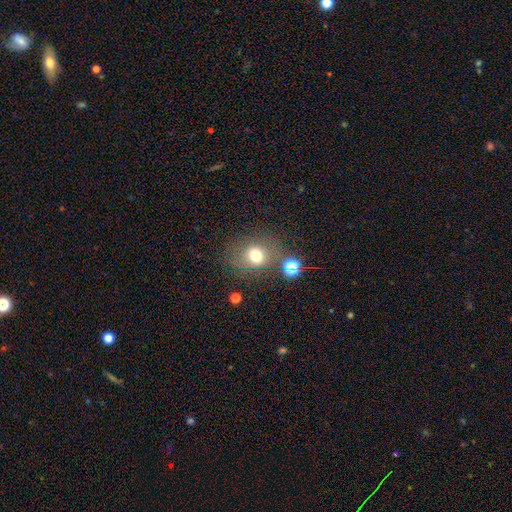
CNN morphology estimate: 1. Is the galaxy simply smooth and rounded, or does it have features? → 70% smooth, 16% star or artifact, 14% featured or disk.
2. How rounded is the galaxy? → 66% round, 33% in between, 1% cigar-shaped.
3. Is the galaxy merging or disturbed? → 66% none, 16% minor disturbance, 9% merger, 9% major disturbance.